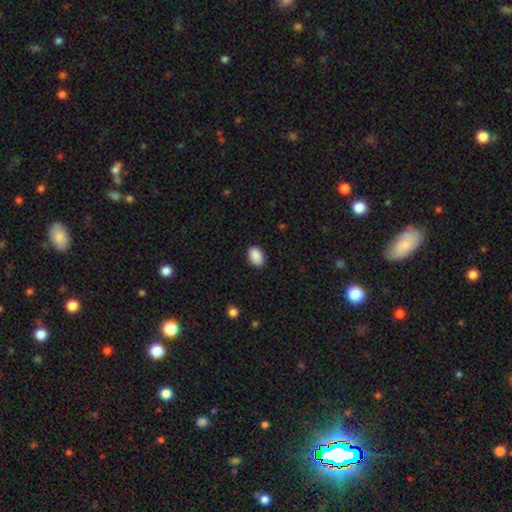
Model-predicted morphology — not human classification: This is clearly a smooth galaxy (90%). How rounded: clearly in between (91%). Merging: clearly none (88%).